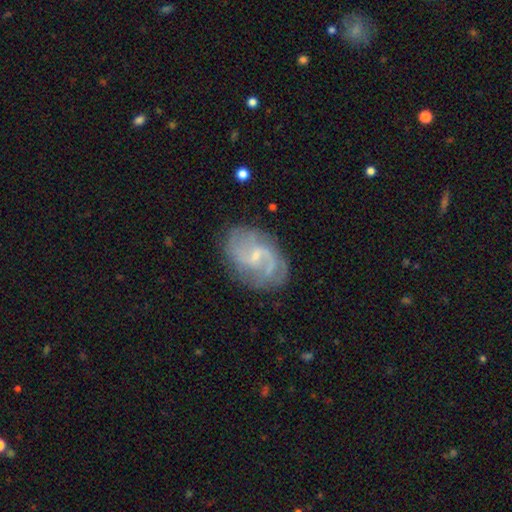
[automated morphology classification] type=featured or disk (84%); edge-on=no (97%); bar=weak (59%); spiral arms=yes (94%); winding=medium (47%); arm count=2 (70%); bulge=small (69%); merging=none (74%).